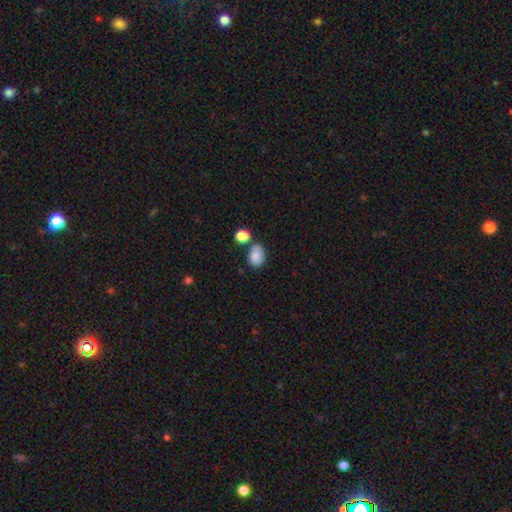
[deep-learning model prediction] Smooth or featured? smooth (85%)
How rounded? in between (75%)
Merging? none (65%)